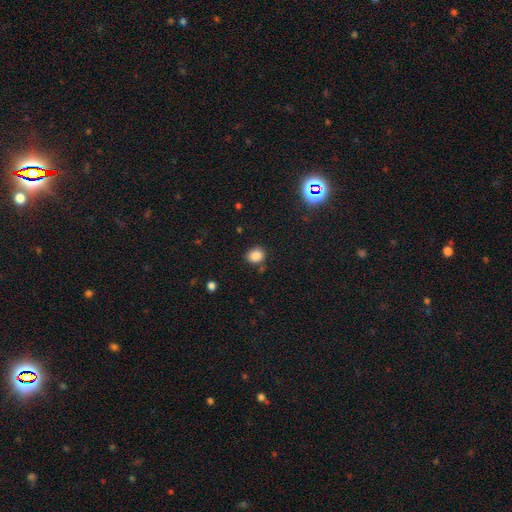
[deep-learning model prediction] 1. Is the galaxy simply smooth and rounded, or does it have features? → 85% smooth, 11% star or artifact, 4% featured or disk.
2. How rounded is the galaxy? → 69% round, 30% in between, 1% cigar-shaped.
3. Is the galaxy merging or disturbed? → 80% none, 12% minor disturbance, 4% merger, 4% major disturbance.